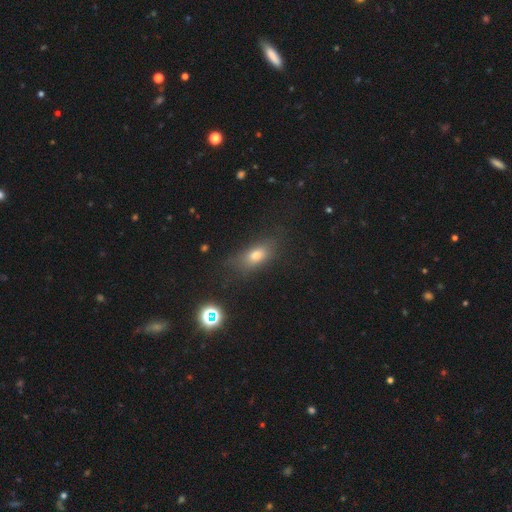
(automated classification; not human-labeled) Overall: smooth (71%). How rounded: in between (74%). Merging: none (73%).